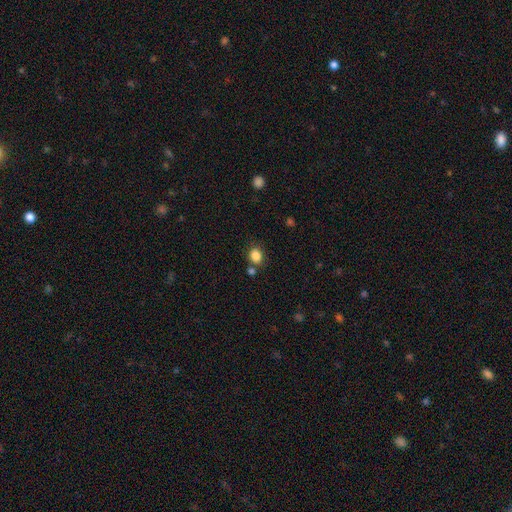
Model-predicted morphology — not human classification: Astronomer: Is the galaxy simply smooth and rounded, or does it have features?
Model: smooth — 85%.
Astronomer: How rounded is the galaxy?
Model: round — 58% (runner-up: in between, 41%).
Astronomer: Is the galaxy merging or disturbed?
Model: none — 71%.